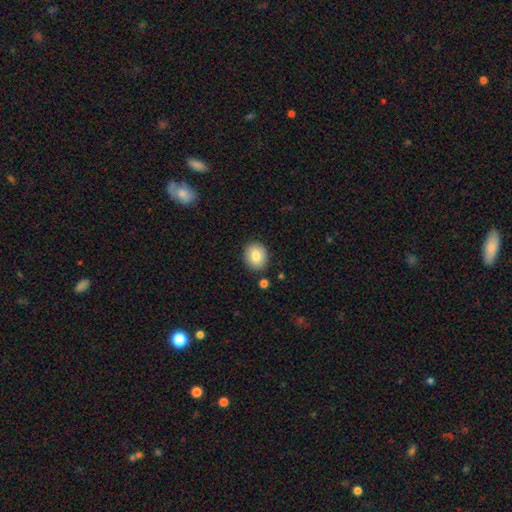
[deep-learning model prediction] smooth 82%, featured or disk 10%, star or artifact 8%. Down the decision tree: how rounded — round (64%); merging — none (86%).